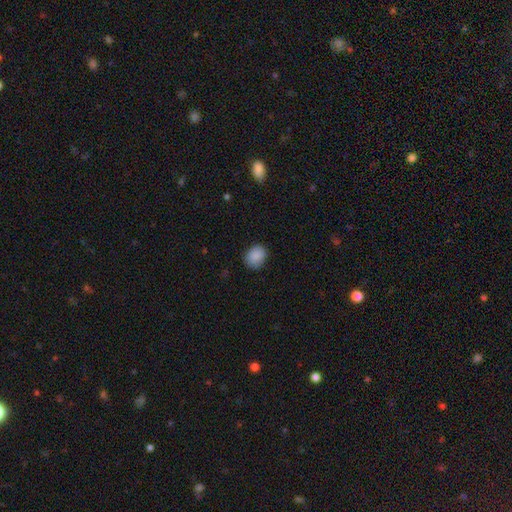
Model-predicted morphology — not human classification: smooth_or_featured: smooth (p=0.89) [alt: star or artifact p=0.08]
how_rounded: round (p=0.56) [alt: in between p=0.44]
merging: none (p=0.83) [alt: minor disturbance p=0.13]